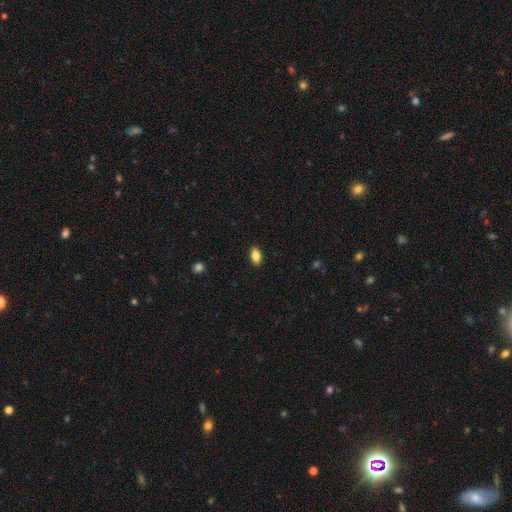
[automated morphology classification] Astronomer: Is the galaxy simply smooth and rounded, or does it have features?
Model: smooth — 85%.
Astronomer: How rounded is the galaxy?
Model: in between — 91%.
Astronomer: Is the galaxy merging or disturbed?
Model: none — 89%.